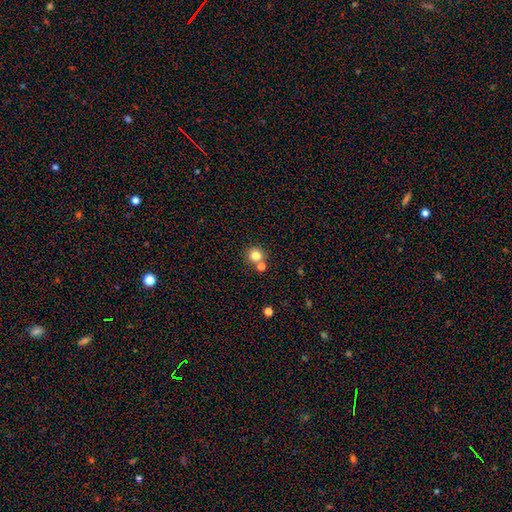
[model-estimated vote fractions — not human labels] A smooth galaxy with no disk features (80%) that is round (93%).

Vote fractions:
- Smooth or featured? smooth: 80% / star or artifact: 13% / featured or disk: 7%
- How rounded? round: 93% / in between: 6% / cigar-shaped: 1%
- Merging? none: 68% / merger: 23% / minor disturbance: 7% / major disturbance: 3%